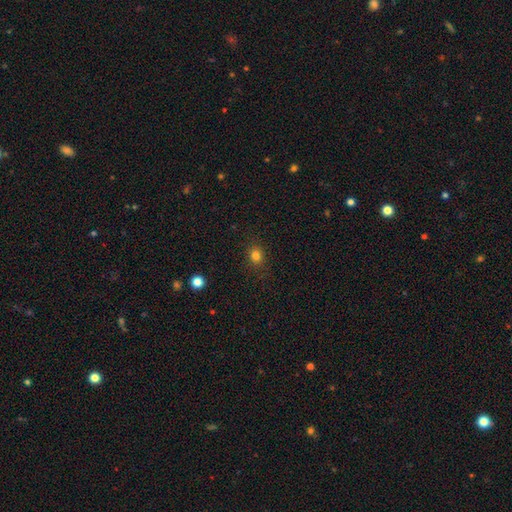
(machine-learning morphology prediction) smooth 81%, star or artifact 14%, featured or disk 5%. Down the decision tree: how rounded — round (73%); merging — none (88%).